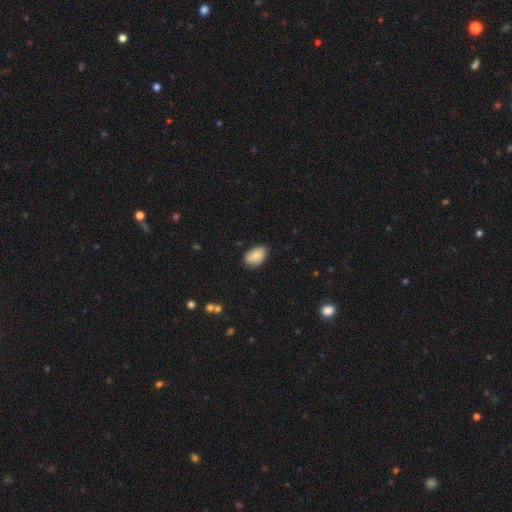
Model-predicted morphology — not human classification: This is clearly a smooth galaxy (87%). How rounded: clearly in between (92%). Merging: likely none (79%).